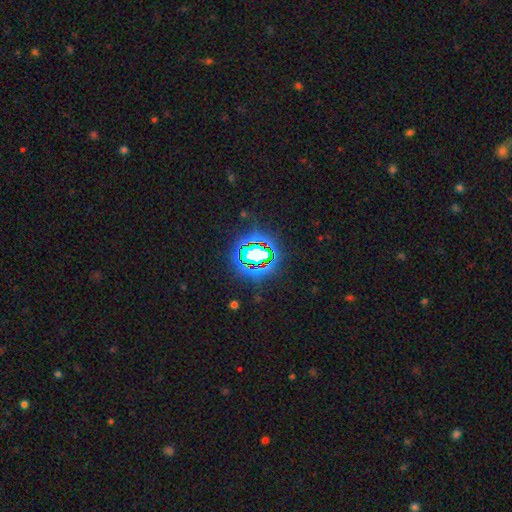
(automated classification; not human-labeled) Smooth or featured? star or artifact (73%)